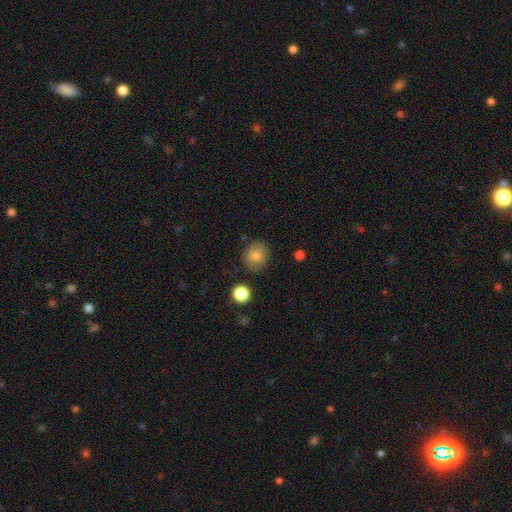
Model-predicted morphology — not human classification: A smooth galaxy with no disk features (84%) that is round (80%).

Vote fractions:
- Smooth or featured? smooth: 84% / star or artifact: 9% / featured or disk: 7%
- How rounded? round: 80% / in between: 19% / cigar-shaped: 1%
- Merging? none: 81% / minor disturbance: 12% / major disturbance: 3% / merger: 3%